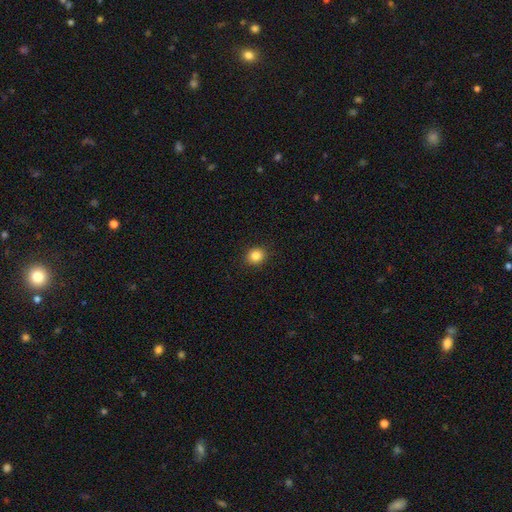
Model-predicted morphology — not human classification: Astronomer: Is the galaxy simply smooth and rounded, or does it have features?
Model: smooth — 84%.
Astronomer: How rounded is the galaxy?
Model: round — 79%.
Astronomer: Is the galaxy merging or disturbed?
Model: none — 91%.